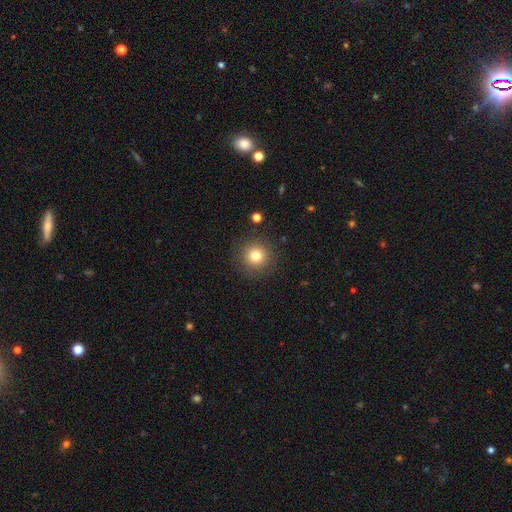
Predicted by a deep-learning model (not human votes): A smooth galaxy with no disk features (79%) that is round (95%). Merging: none (89%).